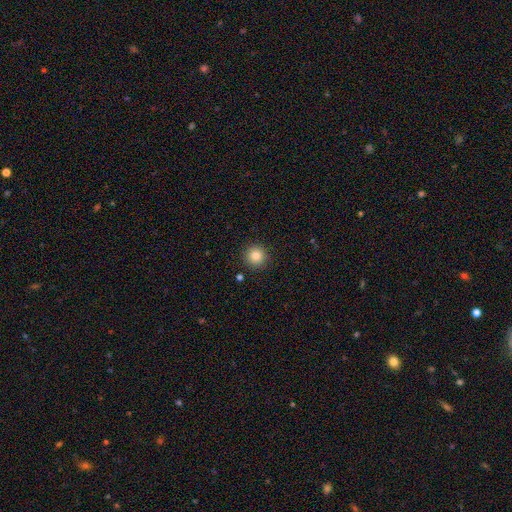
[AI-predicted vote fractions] smooth-or-featured: smooth: 84% | star or artifact: 11% | featured or disk: 5%
  how-rounded: round: 95% | in between: 4% | cigar-shaped: 1%
  merging: none: 91% | minor disturbance: 6% | major disturbance: 2% | merger: 1%